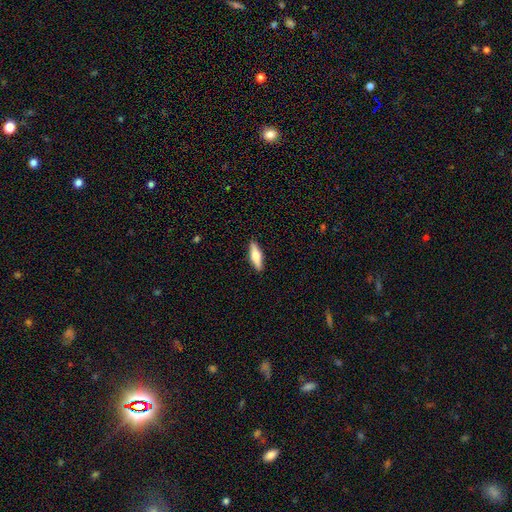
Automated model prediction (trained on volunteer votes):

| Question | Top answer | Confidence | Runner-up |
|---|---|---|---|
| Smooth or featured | smooth | 55% | featured or disk (40%) |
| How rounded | cigar-shaped | 56% | in between (41%) |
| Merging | none | 90% | minor disturbance (7%) |